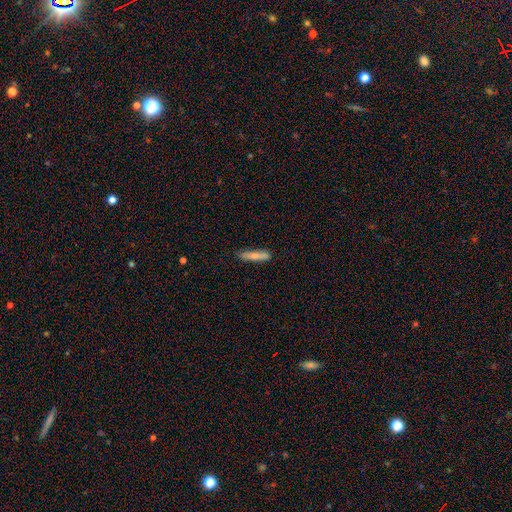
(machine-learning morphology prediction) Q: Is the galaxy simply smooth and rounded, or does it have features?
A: smooth — 74%.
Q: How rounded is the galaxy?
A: cigar-shaped — 88%.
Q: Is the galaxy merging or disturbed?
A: none — 82%.